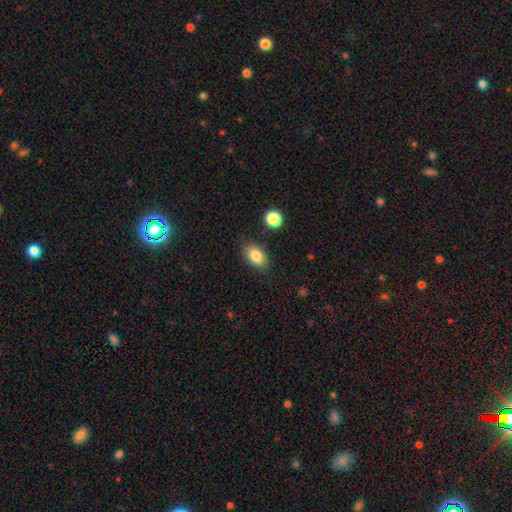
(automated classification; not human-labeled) Q: Smooth or featured?
A: smooth (82%); runner-up: featured or disk (9%)
Q: How rounded?
A: in between (86%); runner-up: round (12%)
Q: Merging?
A: none (83%); runner-up: minor disturbance (12%)